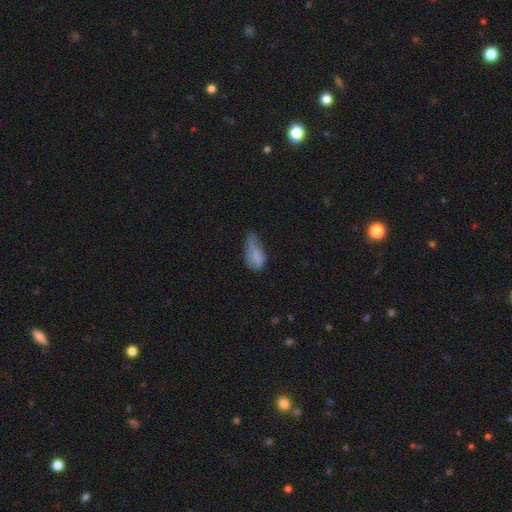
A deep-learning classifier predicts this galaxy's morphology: Smooth or featured? Predicted: smooth (p=0.75). How rounded? Predicted: in between (p=0.89). Merging? Predicted: minor disturbance (p=0.44).